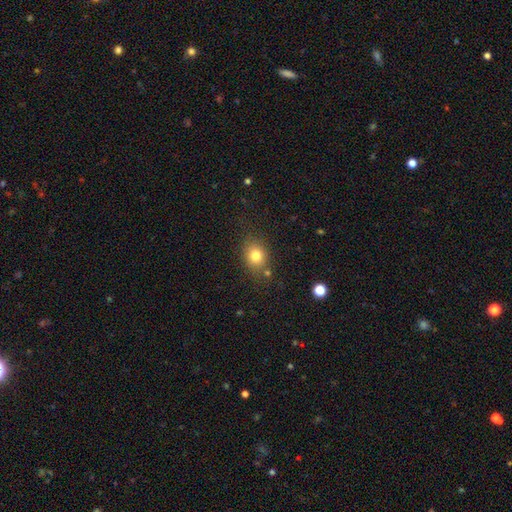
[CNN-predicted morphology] type=smooth (79%); roundness=round (59%); merging=none (76%).